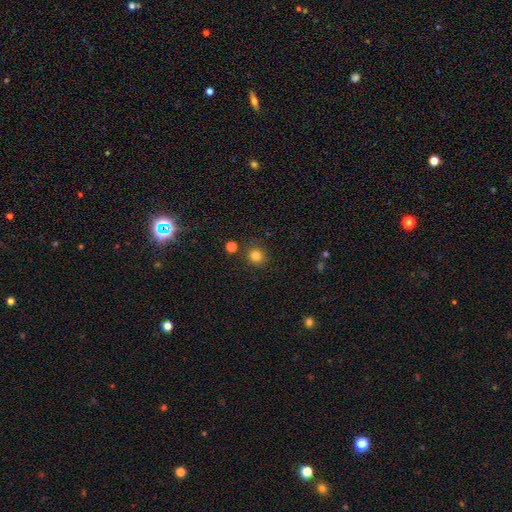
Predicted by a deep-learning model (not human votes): Smooth or featured: smooth — 81% (star or artifact — 14%)
How rounded: round — 89% (in between — 10%)
Merging: none — 85% (minor disturbance — 8%)